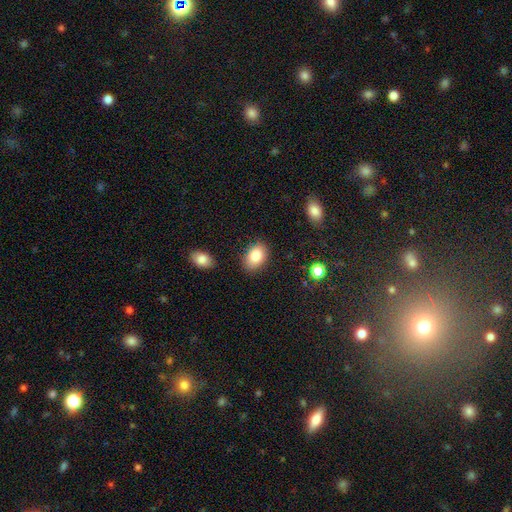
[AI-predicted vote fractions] Smooth or featured?
  - smooth: 85% *
  - star or artifact: 8%
  - featured or disk: 7%
How rounded?
  - in between: 84% *
  - round: 15%
  - cigar-shaped: 1%
Merging?
  - none: 84% *
  - minor disturbance: 11%
  - major disturbance: 3%
  - merger: 2%